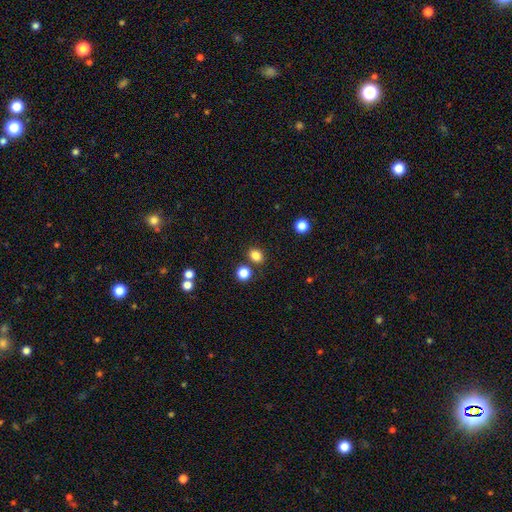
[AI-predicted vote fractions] Morphology: type=smooth (83%); roundness=round (60%); merging=none (80%).